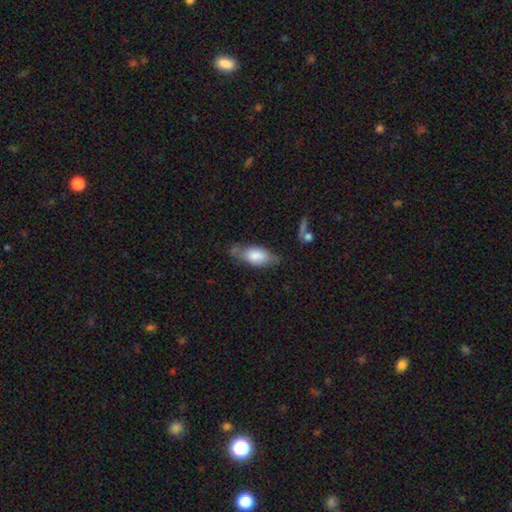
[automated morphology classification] The model was most divided on "merging": none: 53%, minor disturbance: 29%, major disturbance: 12%, merger: 7%. More confident: how rounded — in between (84%); smooth or featured — smooth (72%).